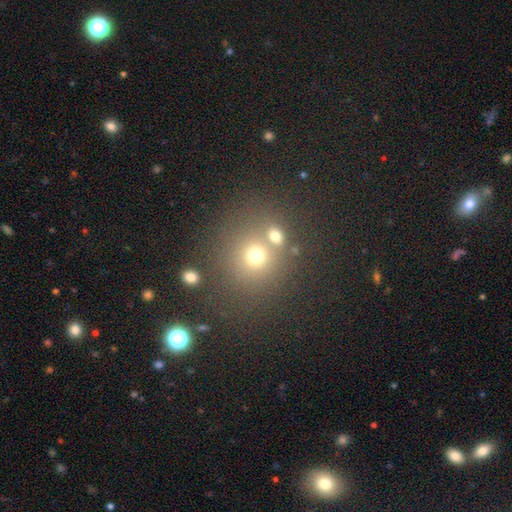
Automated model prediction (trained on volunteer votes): smooth-or-featured: smooth: 68% | star or artifact: 20% | featured or disk: 12%
  how-rounded: round: 84% | in between: 15% | cigar-shaped: 1%
  merging: none: 60% | merger: 27% | minor disturbance: 9% | major disturbance: 5%